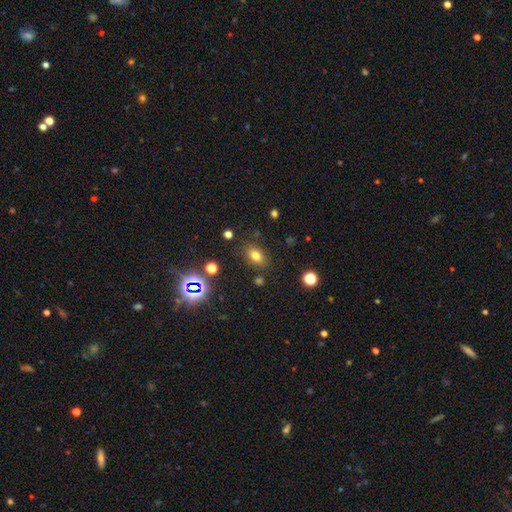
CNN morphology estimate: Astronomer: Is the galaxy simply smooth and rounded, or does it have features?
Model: smooth — 72%.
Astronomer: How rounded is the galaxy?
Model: in between — 74%.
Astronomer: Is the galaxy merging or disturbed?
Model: none — 81%.